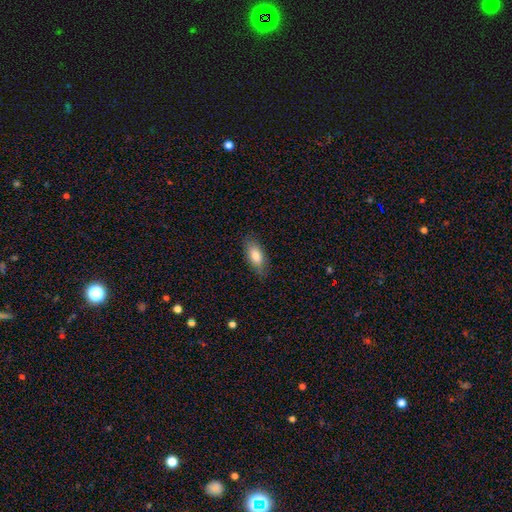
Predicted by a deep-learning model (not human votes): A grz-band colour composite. It shows a smooth galaxy with no disk features (82%) that is in between round and cigar-shaped (85%). Merging: none (81%).